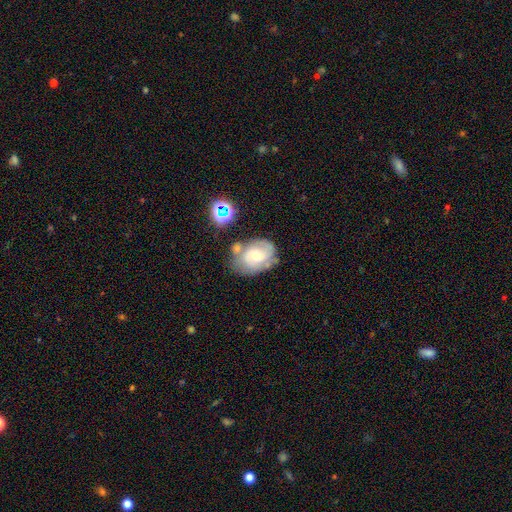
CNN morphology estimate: This is likely a featured or disk galaxy (63%). It is clearly not viewed edge-on (96%). Bar: possibly no (59%). Spiral arm pattern: clearly yes (81%). Central bulge: possibly moderate (59%). Merging: possibly none (50%).